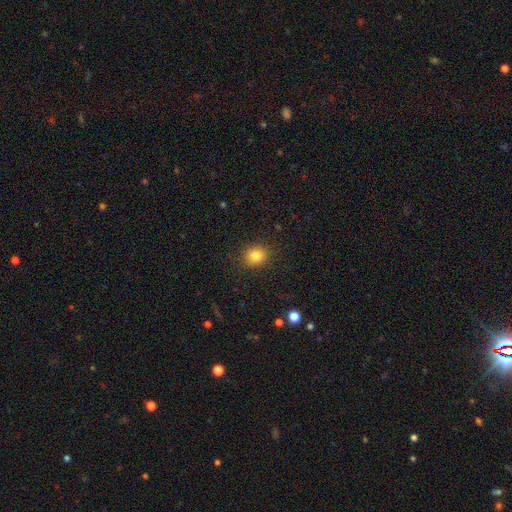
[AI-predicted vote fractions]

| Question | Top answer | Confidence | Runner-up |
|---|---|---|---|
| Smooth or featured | smooth | 82% | star or artifact (12%) |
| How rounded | round | 78% | in between (21%) |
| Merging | none | 89% | minor disturbance (8%) |